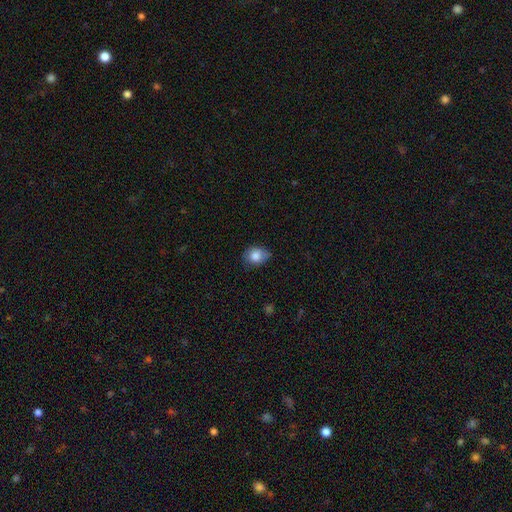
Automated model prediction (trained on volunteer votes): smooth 82%, featured or disk 10%, star or artifact 8%. Down the decision tree: how rounded — in between (57%); merging — none (63%).